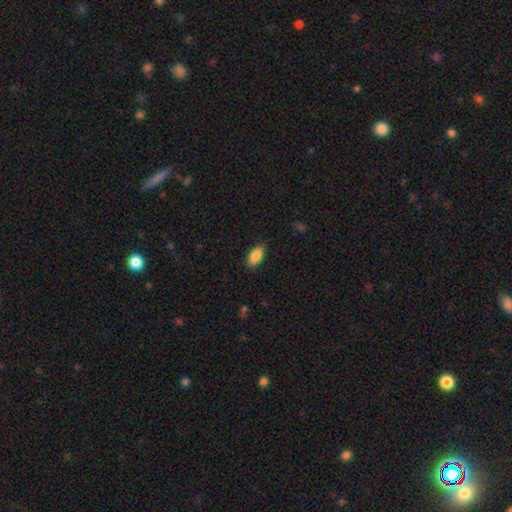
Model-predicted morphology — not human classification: smooth-or-featured: smooth: 87% | featured or disk: 7% | star or artifact: 7%
  how-rounded: in between: 89% | cigar-shaped: 9% | round: 2%
  merging: none: 87% | minor disturbance: 10% | major disturbance: 2% | merger: 1%